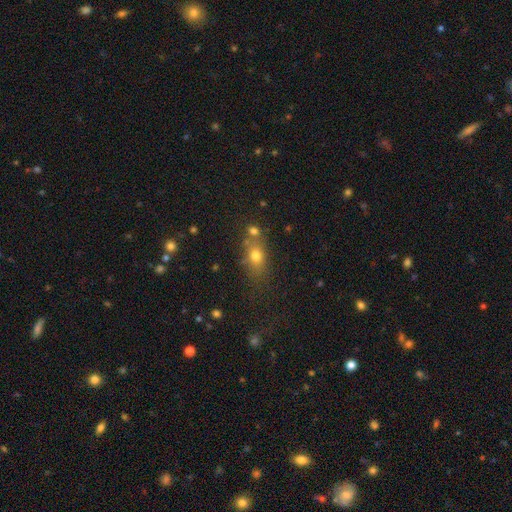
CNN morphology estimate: Q: Smooth or featured?
A: smooth (70%); runner-up: star or artifact (16%)
Q: How rounded?
A: in between (59%); runner-up: round (32%)
Q: Merging?
A: none (58%); runner-up: merger (19%)